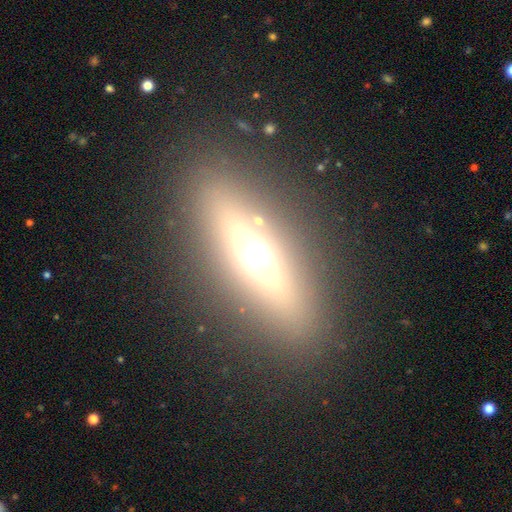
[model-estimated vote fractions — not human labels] A featured or disk galaxy (52%) viewed edge-on (83%).

Vote fractions:
- Smooth or featured? featured or disk: 52% / smooth: 33% / star or artifact: 15%
- Edge-on disk? yes: 83% / no: 17%
- Merging? none: 86% / minor disturbance: 8% / major disturbance: 4% / merger: 2%